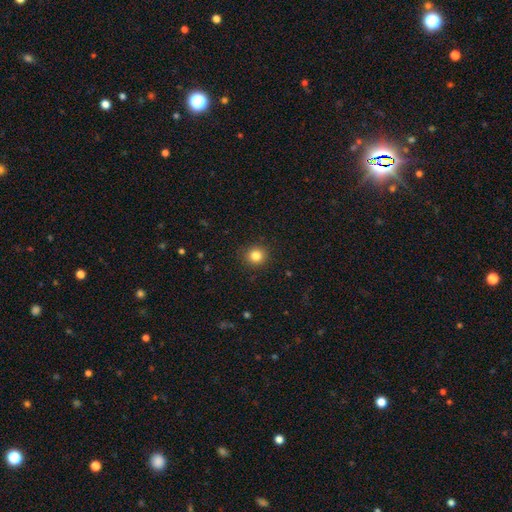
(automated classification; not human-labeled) The model was most divided on "smooth or featured": smooth: 83%, star or artifact: 11%, featured or disk: 5%. More confident: merging — none (90%); how rounded — round (89%).